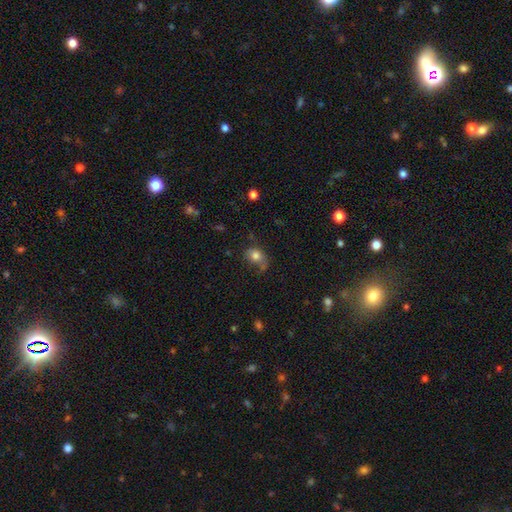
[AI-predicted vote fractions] Morphology: type=smooth (76%); roundness=in between (62%); merging=none (48%).